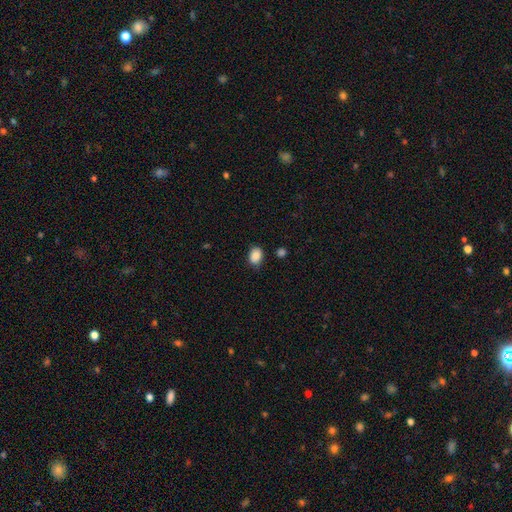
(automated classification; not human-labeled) A smooth galaxy with no disk features (88%) that is in between round and cigar-shaped (70%). Merging: none (81%).